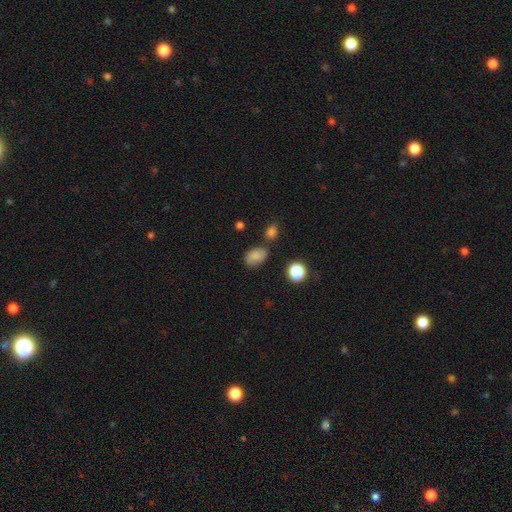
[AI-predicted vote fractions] This appears to be a smooth galaxy with no disk features (80%) that is in between round and cigar-shaped (83%). Merging: none (67%).